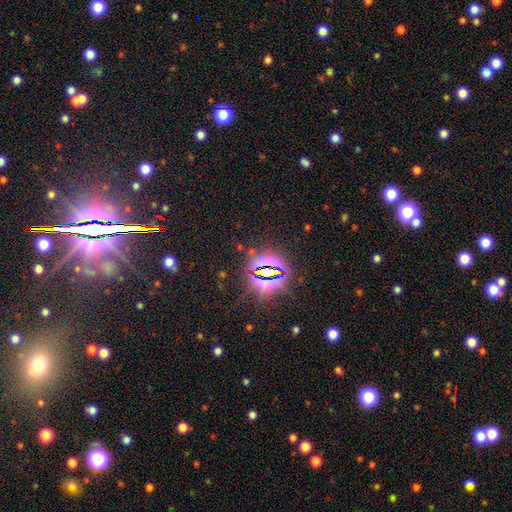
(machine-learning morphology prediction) Smooth or featured: star or artifact — 82% (smooth — 10%)